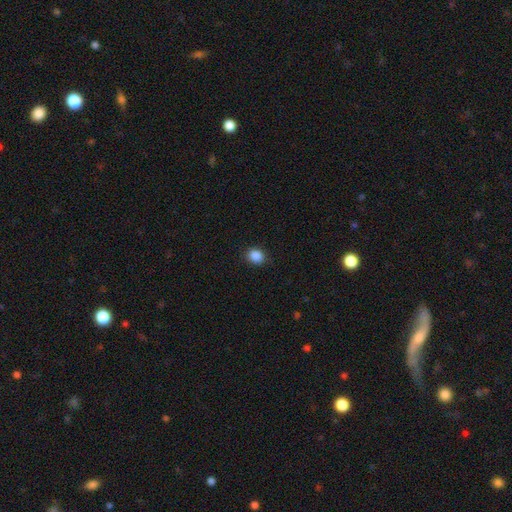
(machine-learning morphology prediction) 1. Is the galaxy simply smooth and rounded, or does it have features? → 88% smooth, 10% star or artifact, 3% featured or disk.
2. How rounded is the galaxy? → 65% round, 34% in between, 1% cigar-shaped.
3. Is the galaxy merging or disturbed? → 88% none, 8% minor disturbance, 2% major disturbance, 1% merger.